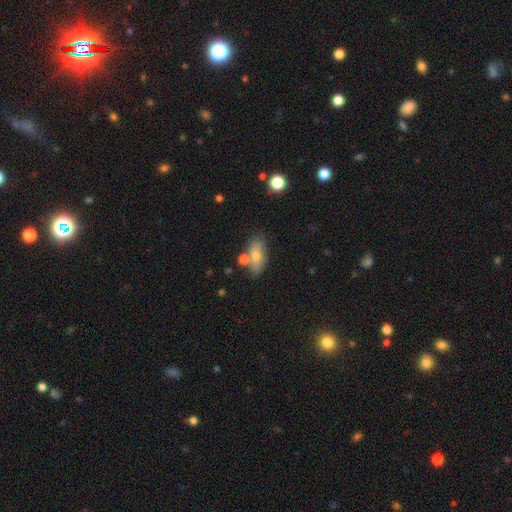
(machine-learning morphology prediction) A smooth galaxy with no disk features (67%) that is in between round and cigar-shaped (80%). Merging: none (67%).